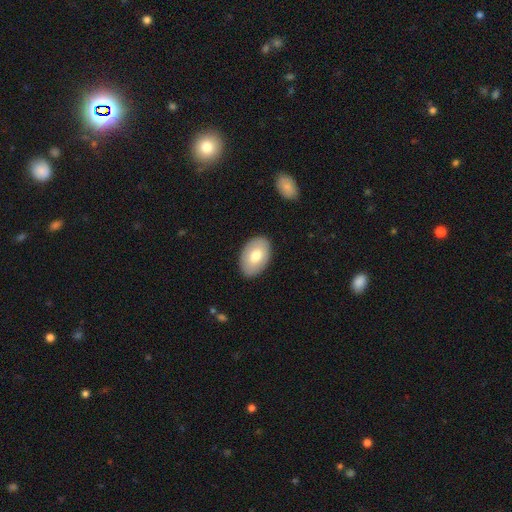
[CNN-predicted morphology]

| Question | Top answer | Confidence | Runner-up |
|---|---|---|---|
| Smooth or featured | smooth | 73% | featured or disk (21%) |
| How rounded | in between | 91% | round (8%) |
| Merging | none | 88% | minor disturbance (9%) |